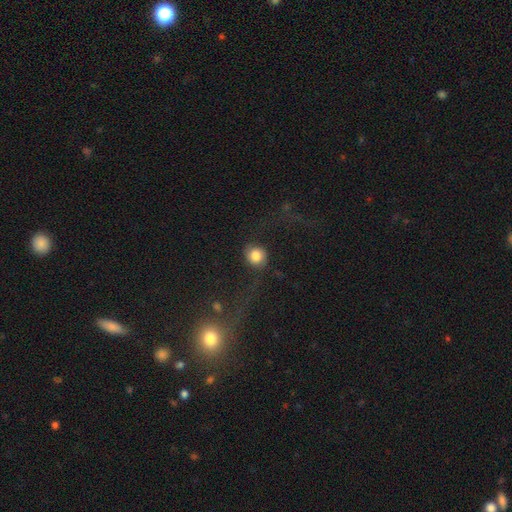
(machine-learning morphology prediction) smooth 71%, featured or disk 20%, star or artifact 9%. Down the decision tree: how rounded — round (86%); merging — none (59%).